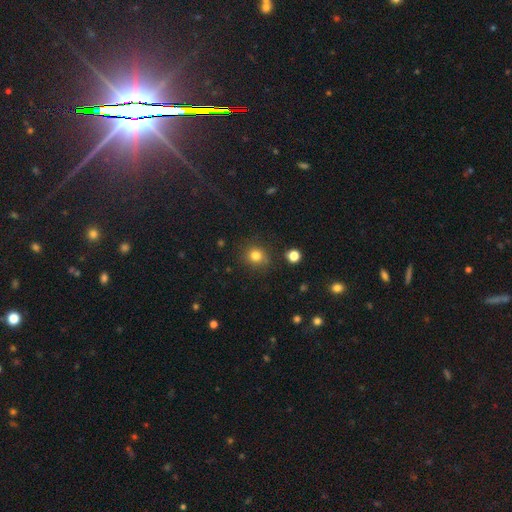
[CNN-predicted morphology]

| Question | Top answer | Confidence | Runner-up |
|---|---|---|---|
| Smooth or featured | smooth | 81% | star or artifact (13%) |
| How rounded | round | 86% | in between (13%) |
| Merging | none | 82% | minor disturbance (11%) |